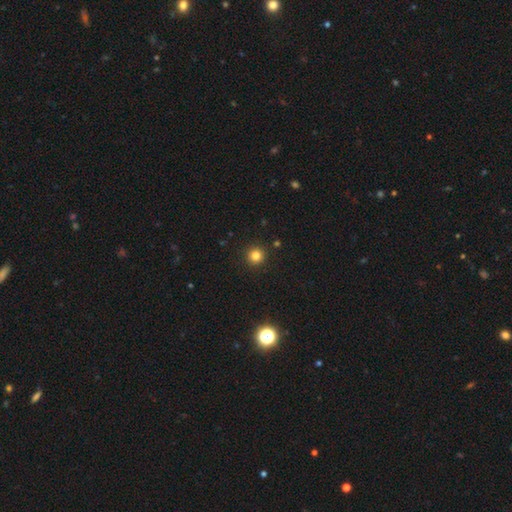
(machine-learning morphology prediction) Overall: smooth (82%). How rounded: round (95%). Merging: none (92%).